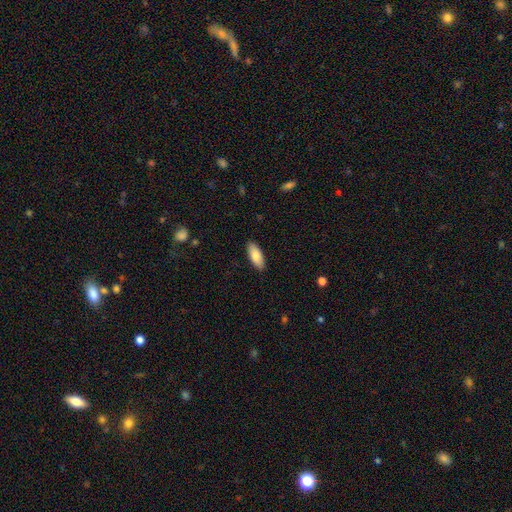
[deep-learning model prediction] smooth-or-featured: smooth: 82% | featured or disk: 12% | star or artifact: 6%
  how-rounded: in between: 79% | cigar-shaped: 19% | round: 2%
  merging: none: 89% | minor disturbance: 8% | major disturbance: 2% | merger: 1%